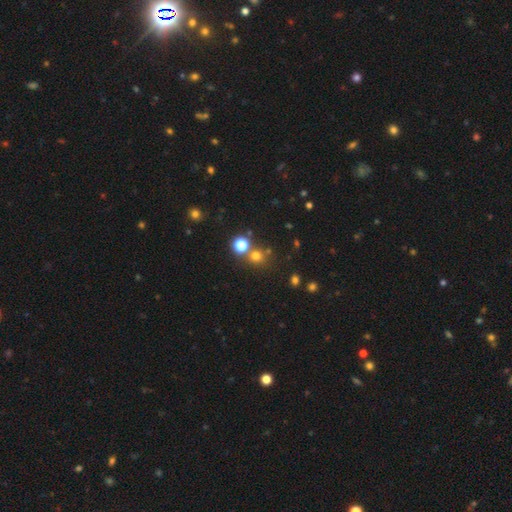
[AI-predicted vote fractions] Q: Smooth or featured?
A: smooth (68%); runner-up: star or artifact (25%)
Q: How rounded?
A: round (89%); runner-up: in between (10%)
Q: Merging?
A: none (68%); runner-up: merger (21%)